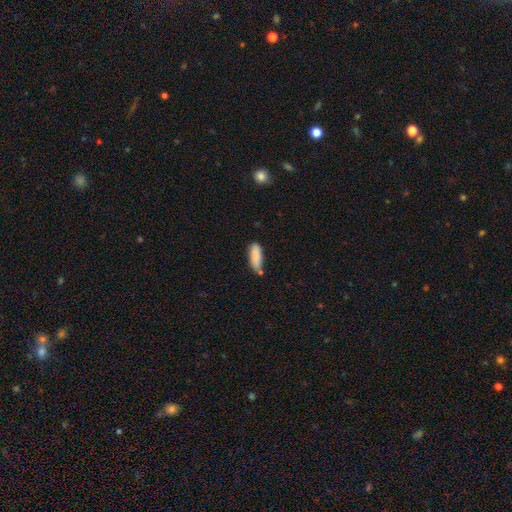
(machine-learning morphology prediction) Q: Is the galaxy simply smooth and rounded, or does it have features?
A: smooth — 88%.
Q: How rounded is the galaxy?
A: in between — 59%.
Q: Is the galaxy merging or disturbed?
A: none — 63%.